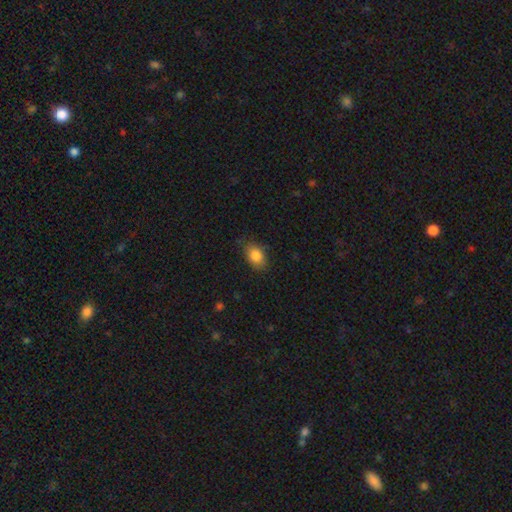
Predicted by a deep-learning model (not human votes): Smooth or featured?
  - smooth: 85% *
  - star or artifact: 8%
  - featured or disk: 7%
How rounded?
  - in between: 80% *
  - round: 19%
  - cigar-shaped: 1%
Merging?
  - none: 77% *
  - minor disturbance: 18%
  - major disturbance: 4%
  - merger: 1%